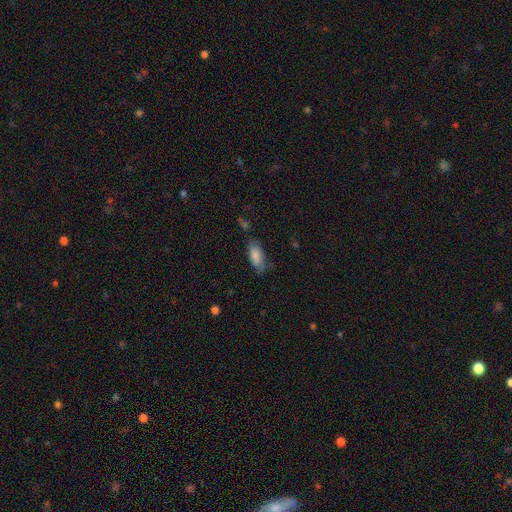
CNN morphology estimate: Smooth or featured? Predicted: smooth (p=0.83). How rounded? Predicted: in between (p=0.82). Merging? Predicted: none (p=0.66).